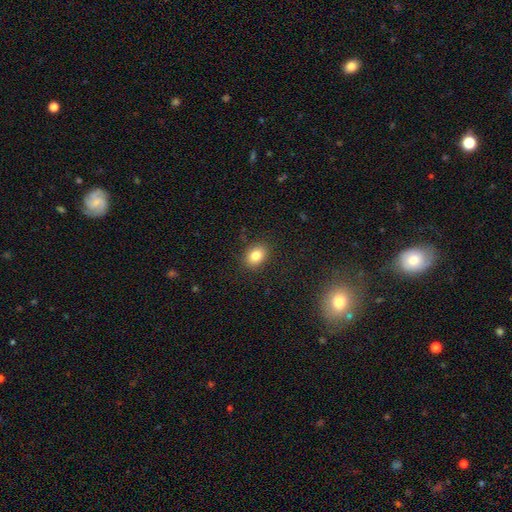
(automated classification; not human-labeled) The model was most divided on "how rounded": in between: 69%, round: 30%, cigar-shaped: 1%. More confident: merging — none (87%); smooth or featured — smooth (83%).